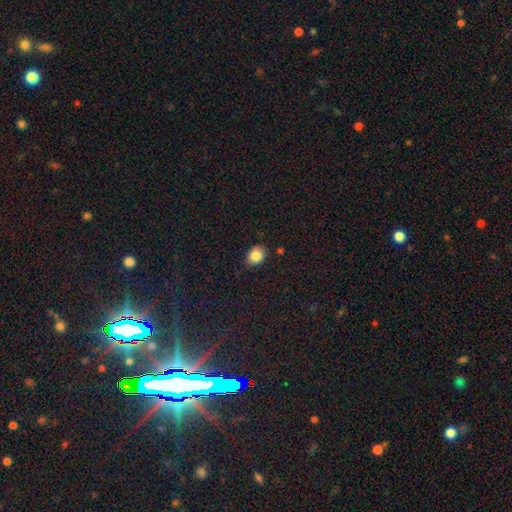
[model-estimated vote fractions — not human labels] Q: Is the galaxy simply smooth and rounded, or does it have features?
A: smooth — 84%.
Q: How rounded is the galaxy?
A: in between — 64%.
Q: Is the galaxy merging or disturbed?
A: none — 80%.